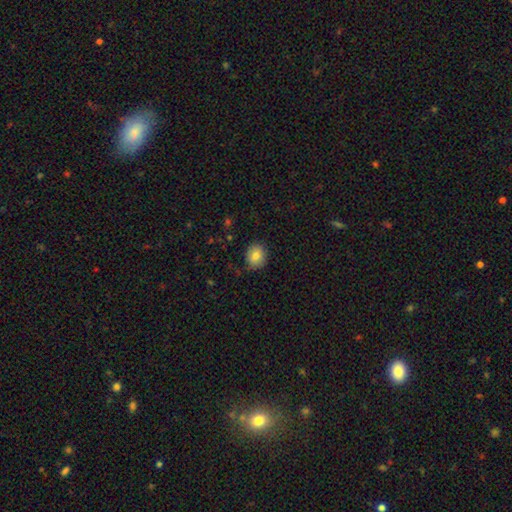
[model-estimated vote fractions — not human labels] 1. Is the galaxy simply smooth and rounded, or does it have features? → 82% smooth, 10% featured or disk, 9% star or artifact.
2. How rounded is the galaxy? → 69% round, 30% in between, 1% cigar-shaped.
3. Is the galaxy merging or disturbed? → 85% none, 12% minor disturbance, 3% major disturbance, 1% merger.